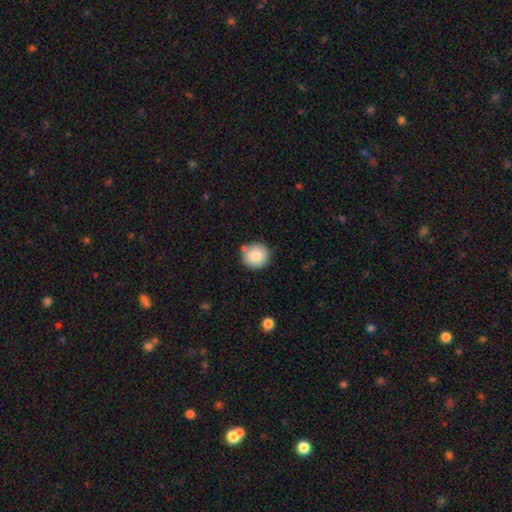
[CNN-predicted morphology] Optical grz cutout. It shows a smooth galaxy with no disk features (86%) that is round (91%). Merging: none (79%).